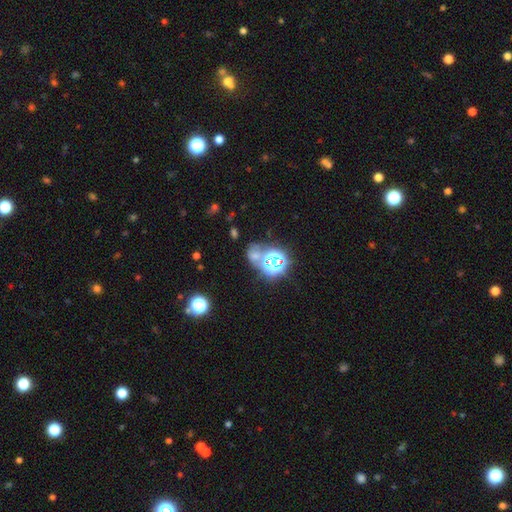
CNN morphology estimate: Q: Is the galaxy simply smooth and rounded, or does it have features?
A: star or artifact — 48%.